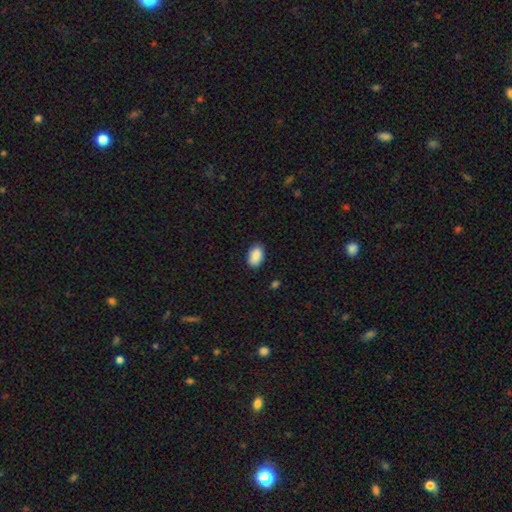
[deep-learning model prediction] This appears to be a smooth galaxy with no disk features (90%) that is in between round and cigar-shaped (92%). Merging: none (85%).